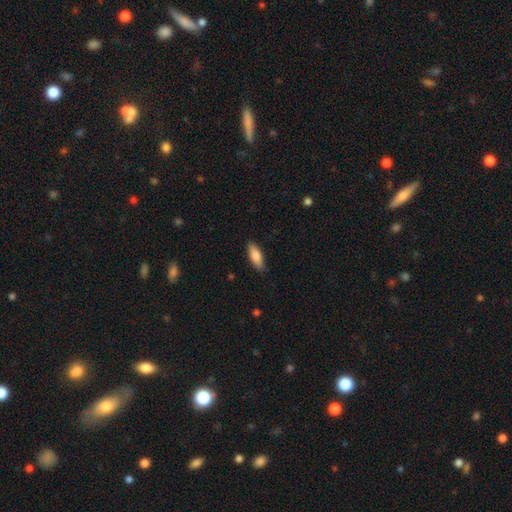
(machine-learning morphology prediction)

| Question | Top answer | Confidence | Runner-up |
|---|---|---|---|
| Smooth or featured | smooth | 84% | featured or disk (10%) |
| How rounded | in between | 68% | cigar-shaped (30%) |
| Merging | none | 87% | minor disturbance (10%) |